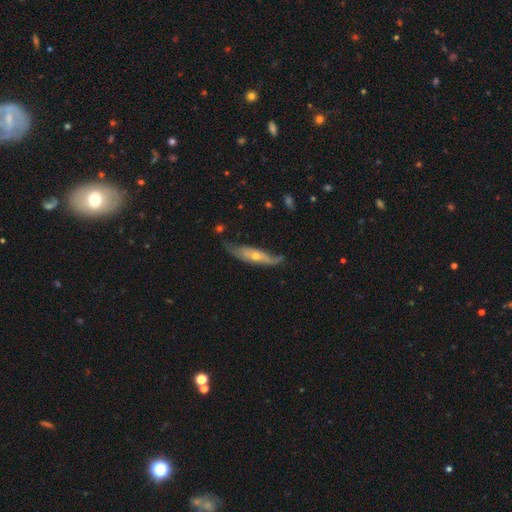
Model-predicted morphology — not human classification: Smooth or featured? Predicted: featured or disk (p=0.65). Edge-on disk? Predicted: no (p=0.56). Merging? Predicted: none (p=0.57).